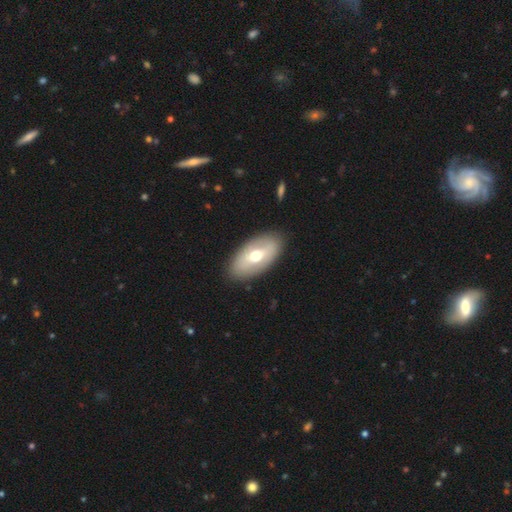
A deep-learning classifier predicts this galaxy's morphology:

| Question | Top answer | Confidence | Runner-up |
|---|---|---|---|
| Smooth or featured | smooth | 52% | featured or disk (43%) |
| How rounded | in between | 92% | round (5%) |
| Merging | none | 86% | minor disturbance (9%) |